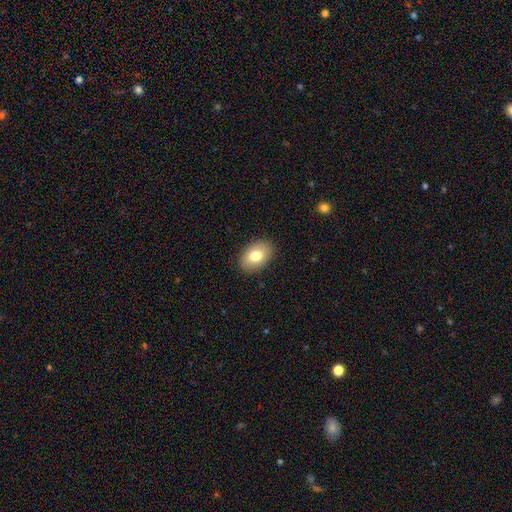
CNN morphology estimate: smooth_or_featured: smooth (p=0.79) [alt: featured or disk p=0.14]
how_rounded: in between (p=0.87) [alt: round p=0.12]
merging: none (p=0.89) [alt: minor disturbance p=0.08]